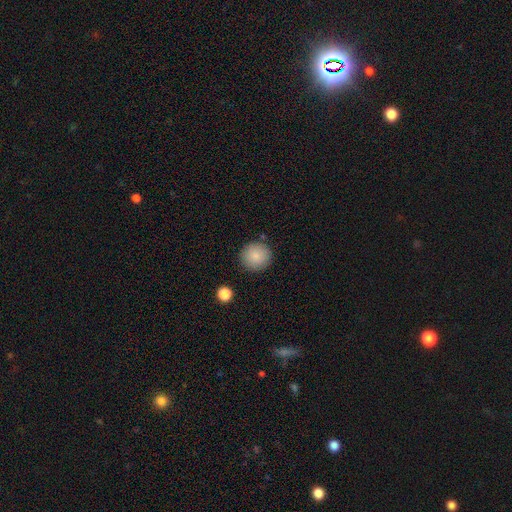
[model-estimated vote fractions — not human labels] Q: Smooth or featured?
A: smooth (86%); runner-up: star or artifact (8%)
Q: How rounded?
A: round (94%); runner-up: in between (5%)
Q: Merging?
A: none (89%); runner-up: minor disturbance (7%)